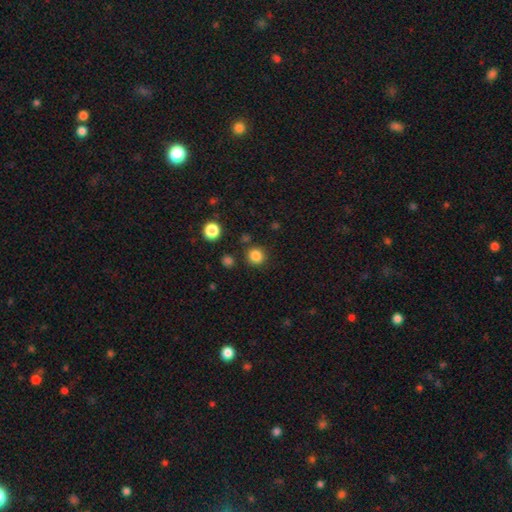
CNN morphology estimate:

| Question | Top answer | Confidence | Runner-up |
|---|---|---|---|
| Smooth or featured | smooth | 84% | star or artifact (12%) |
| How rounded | round | 92% | in between (7%) |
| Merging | none | 87% | minor disturbance (7%) |